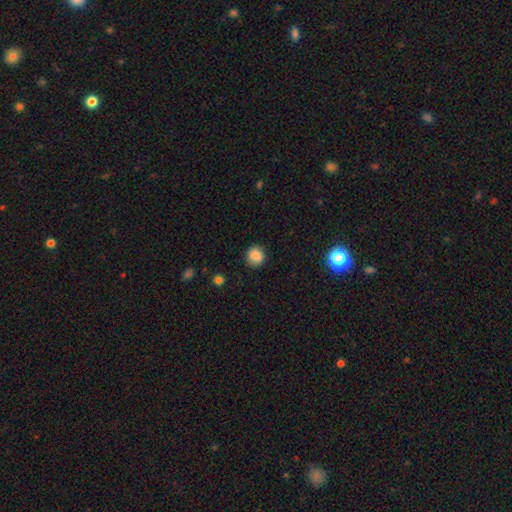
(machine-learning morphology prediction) This is clearly a smooth galaxy (82%). How rounded: clearly round (86%). Merging: clearly none (83%).